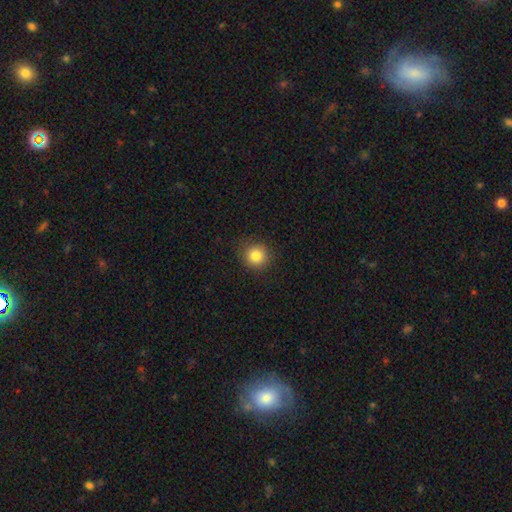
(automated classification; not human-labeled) A smooth galaxy with no disk features (84%) that is round (90%). Merging: none (87%).